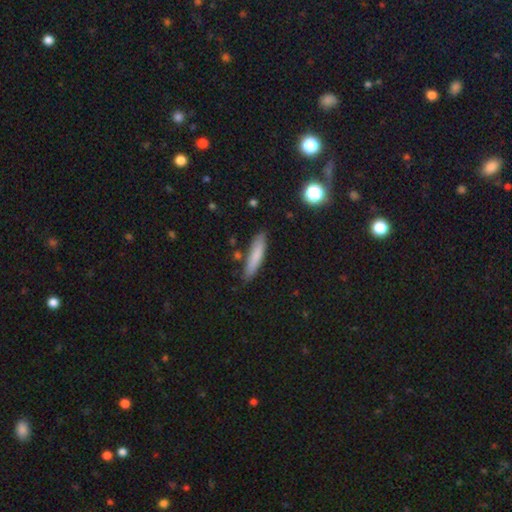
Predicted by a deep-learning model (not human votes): This is likely a smooth galaxy (78%). How rounded: clearly cigar-shaped (84%). Merging: clearly none (82%).